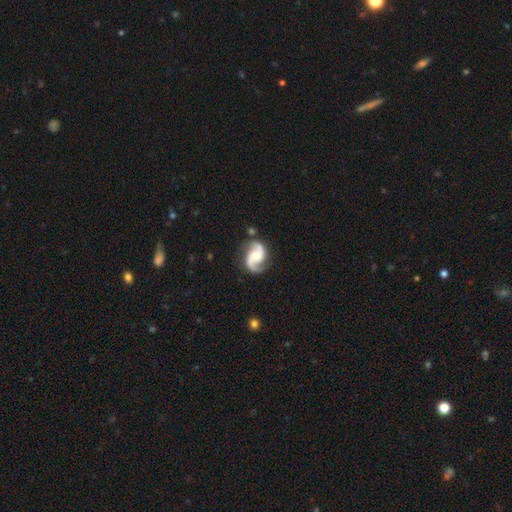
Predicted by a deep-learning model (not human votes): This is clearly a featured or disk galaxy (90%). It is clearly not viewed edge-on (98%). Bar: possibly no (51%). Spiral arm pattern: clearly yes (98%). Spiral arm count: clearly 2 (93%). Spiral winding: possibly medium (51%). Central bulge: marginally moderate (33%). Merging: likely none (78%).